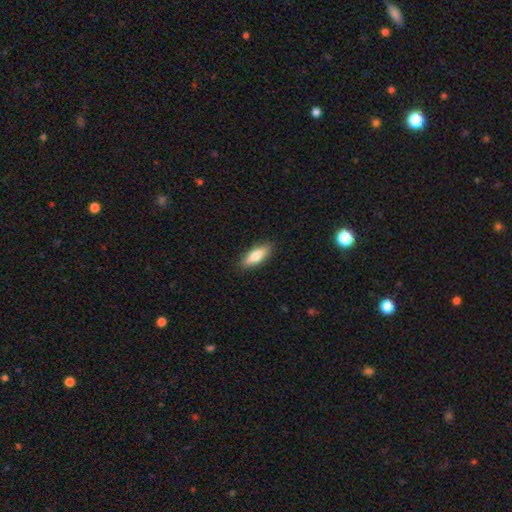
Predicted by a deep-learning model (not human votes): Morphology: type=smooth (79%); roundness=in between (63%); merging=none (88%).